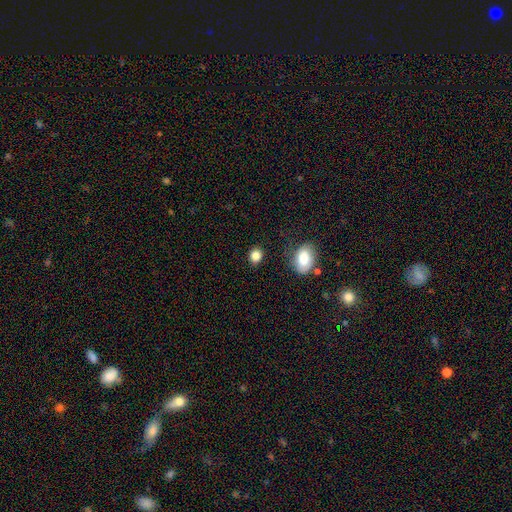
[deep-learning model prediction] The model was most divided on "how rounded": round: 66%, in between: 33%, cigar-shaped: 1%. More confident: smooth or featured — smooth (86%); merging — none (84%).